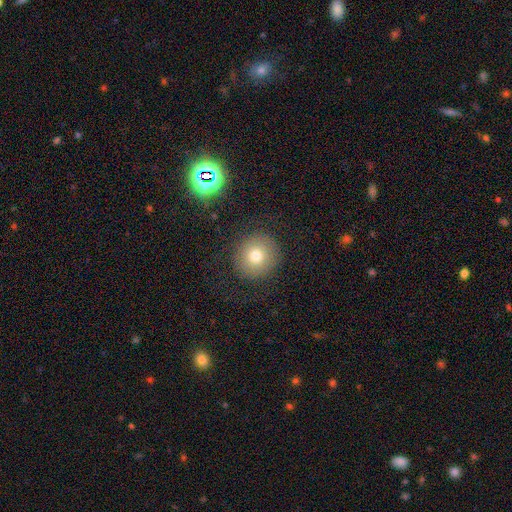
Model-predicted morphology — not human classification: smooth-or-featured: smooth: 74% | featured or disk: 14% | star or artifact: 12%
  how-rounded: round: 92% | in between: 7% | cigar-shaped: 1%
  merging: none: 87% | minor disturbance: 8% | major disturbance: 4% | merger: 1%